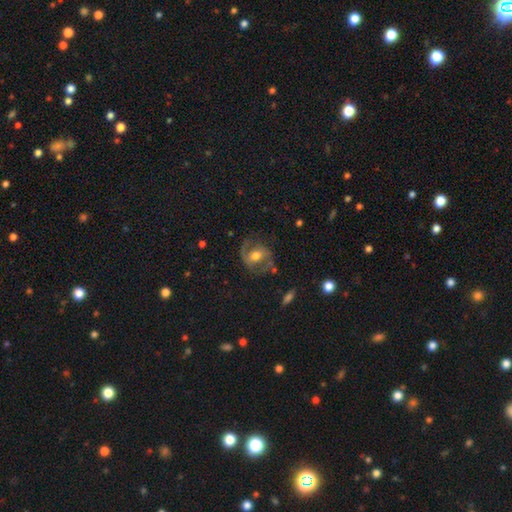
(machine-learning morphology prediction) This appears to be a featured or disk galaxy (74%) with a weak bar (42%), 2 (87%) medium (54%) spiral arms (89%) and a moderate central bulge (69%). Merging: none (70%).